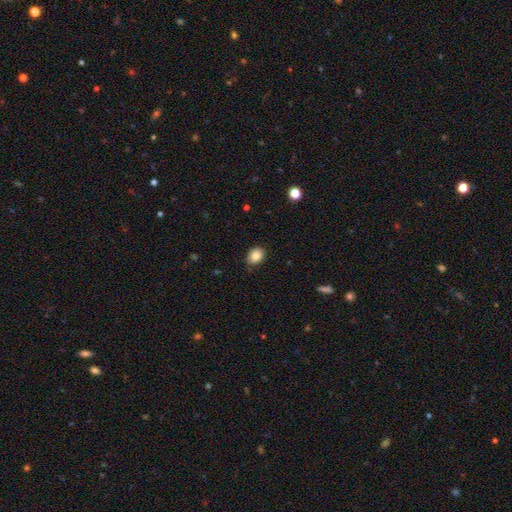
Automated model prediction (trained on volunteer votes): A smooth galaxy with no disk features (85%) that is in between round and cigar-shaped (62%). Merging: none (86%).